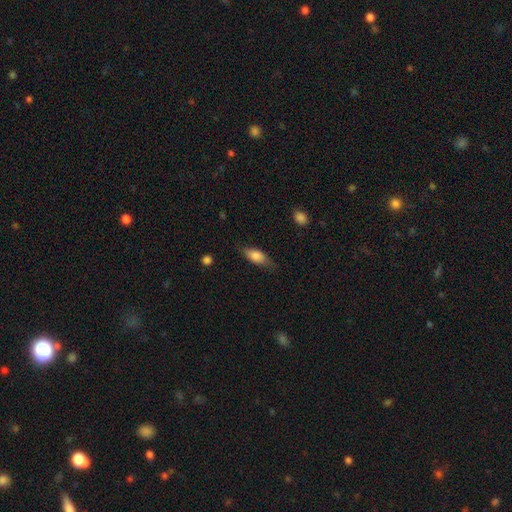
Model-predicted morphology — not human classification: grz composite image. It shows a smooth galaxy with no disk features (76%) that is in between round and cigar-shaped (79%). Merging: none (71%).